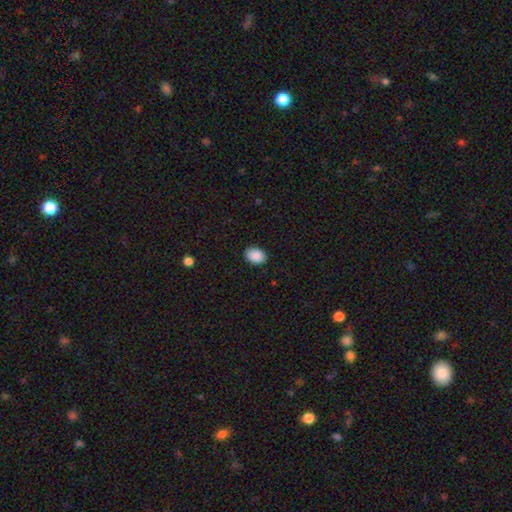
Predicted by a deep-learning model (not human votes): smooth-or-featured: smooth: 90% | star or artifact: 7% | featured or disk: 3%
  how-rounded: in between: 76% | round: 23% | cigar-shaped: 1%
  merging: none: 88% | minor disturbance: 9% | major disturbance: 2% | merger: 1%